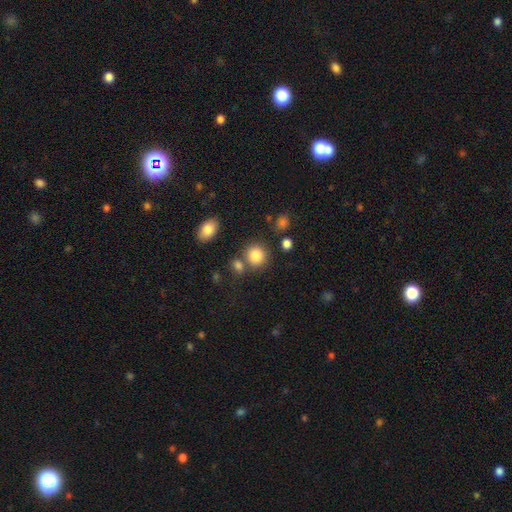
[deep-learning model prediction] Smooth or featured: smooth — 85% (star or artifact — 10%)
How rounded: round — 83% (in between — 16%)
Merging: none — 71% (merger — 14%)